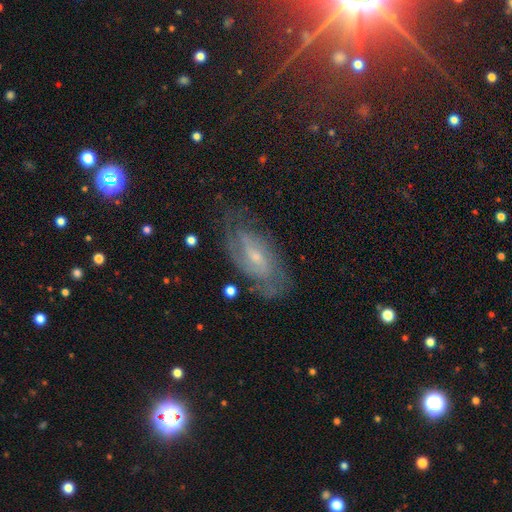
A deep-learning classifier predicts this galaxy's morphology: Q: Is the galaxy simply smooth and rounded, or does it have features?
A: featured or disk — 74%.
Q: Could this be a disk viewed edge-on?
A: no — 92%.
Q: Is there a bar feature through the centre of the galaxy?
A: weak — 49%.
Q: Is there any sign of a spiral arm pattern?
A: yes — 90%.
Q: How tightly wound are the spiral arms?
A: tight — 47%.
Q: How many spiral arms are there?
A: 2 — 43%.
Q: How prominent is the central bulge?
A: small — 68%.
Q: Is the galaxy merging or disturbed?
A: none — 70%.